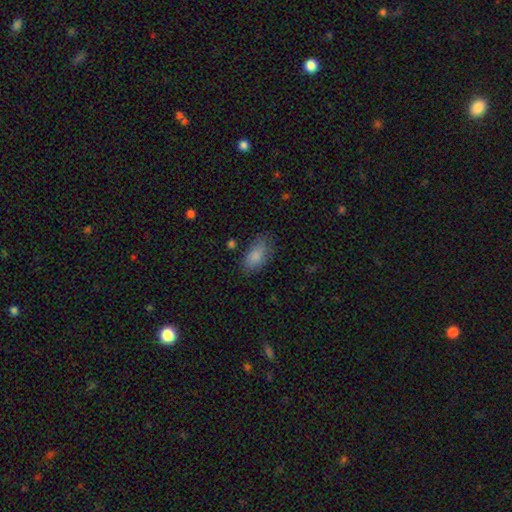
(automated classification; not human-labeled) smooth_or_featured: smooth (p=0.85) [alt: star or artifact p=0.08]
how_rounded: in between (p=0.92) [alt: round p=0.05]
merging: none (p=0.70) [alt: minor disturbance p=0.22]